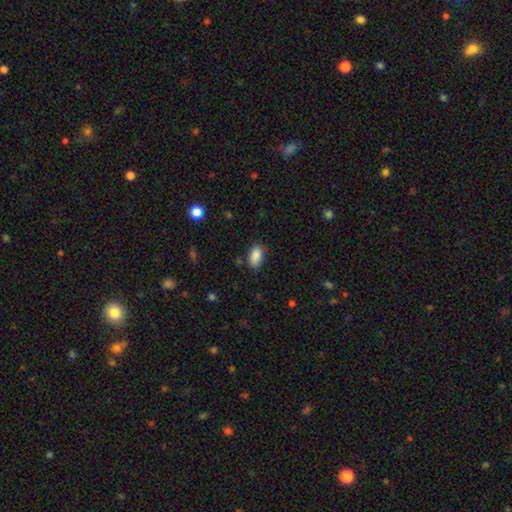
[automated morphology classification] type=smooth (88%); roundness=in between (92%); merging=none (78%).